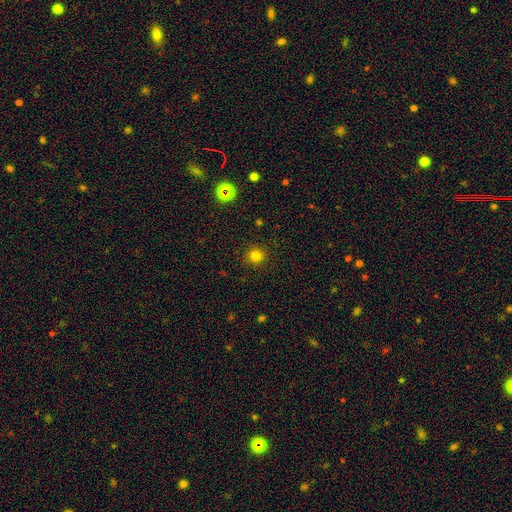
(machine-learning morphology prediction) Q: Smooth or featured?
A: smooth (80%); runner-up: star or artifact (15%)
Q: How rounded?
A: round (93%); runner-up: in between (6%)
Q: Merging?
A: none (90%); runner-up: minor disturbance (7%)